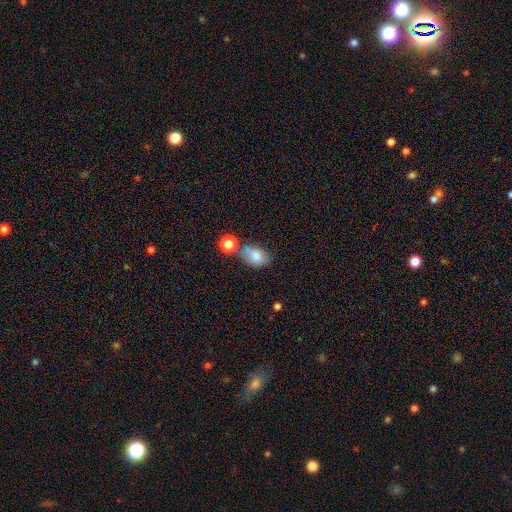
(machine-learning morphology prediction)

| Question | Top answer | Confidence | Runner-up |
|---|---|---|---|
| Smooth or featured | smooth | 76% | featured or disk (14%) |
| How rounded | in between | 80% | round (18%) |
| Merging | none | 49% | minor disturbance (22%) |